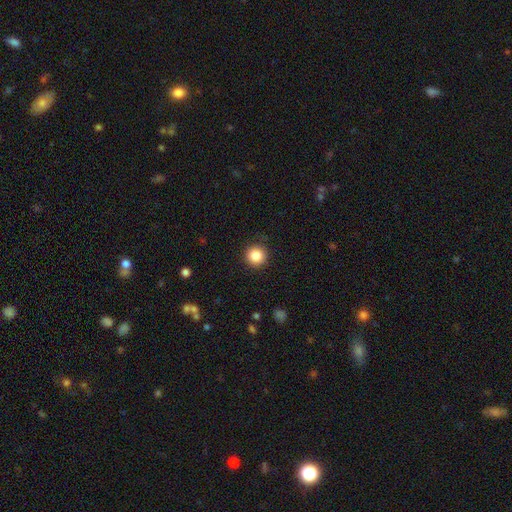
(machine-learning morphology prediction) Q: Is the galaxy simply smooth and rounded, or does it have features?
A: smooth — 85%.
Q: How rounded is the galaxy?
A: round — 95%.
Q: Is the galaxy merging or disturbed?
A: none — 91%.